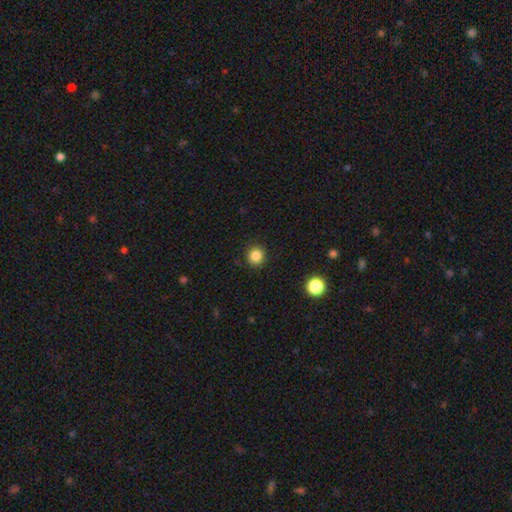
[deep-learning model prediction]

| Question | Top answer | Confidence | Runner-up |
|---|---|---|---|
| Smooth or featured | smooth | 85% | star or artifact (12%) |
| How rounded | round | 91% | in between (8%) |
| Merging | none | 90% | minor disturbance (6%) |